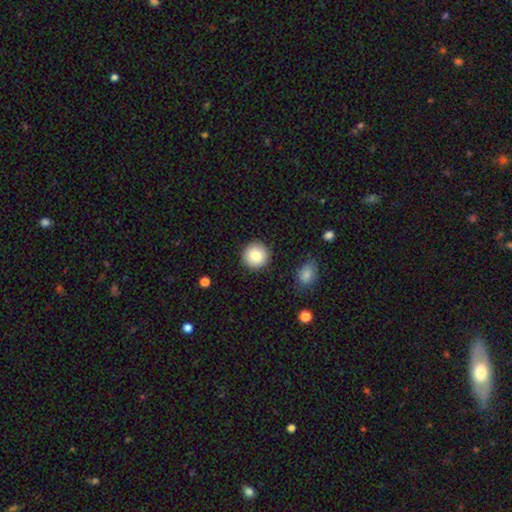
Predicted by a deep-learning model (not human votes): Overall: smooth (85%). How rounded: round (95%). Merging: none (90%).